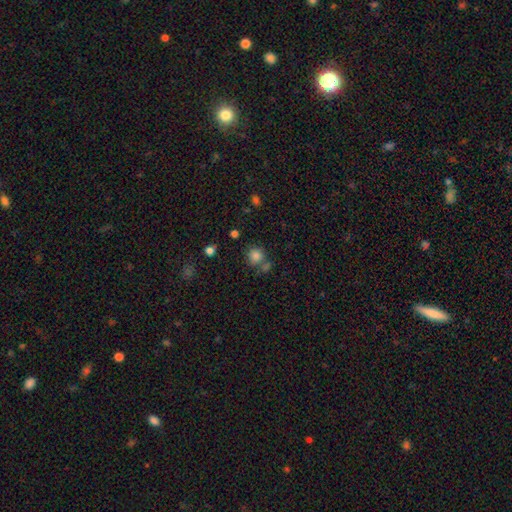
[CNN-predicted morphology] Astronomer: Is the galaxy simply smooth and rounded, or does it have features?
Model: smooth — 82%.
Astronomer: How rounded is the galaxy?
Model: round — 86%.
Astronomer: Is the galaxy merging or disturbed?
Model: none — 62%.